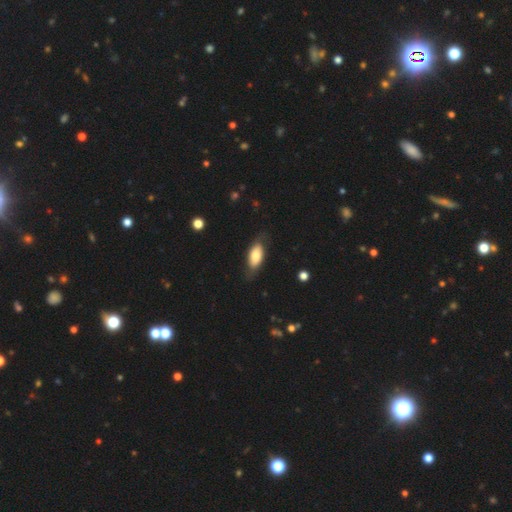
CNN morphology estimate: Smooth or featured? smooth (73%)
How rounded? in between (86%)
Merging? none (72%)